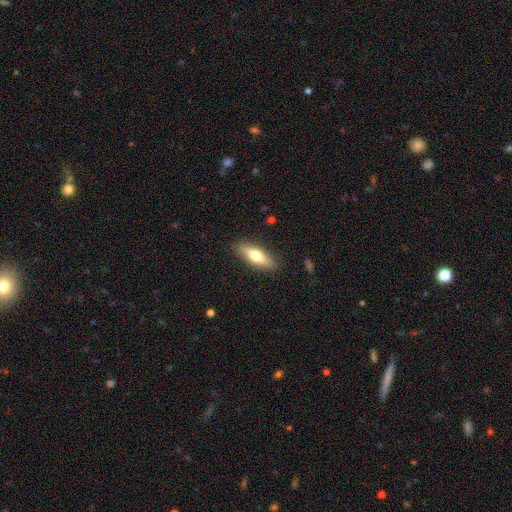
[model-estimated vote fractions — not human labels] This is likely a smooth galaxy (63%). How rounded: possibly cigar-shaped (51%). Merging: clearly none (87%).